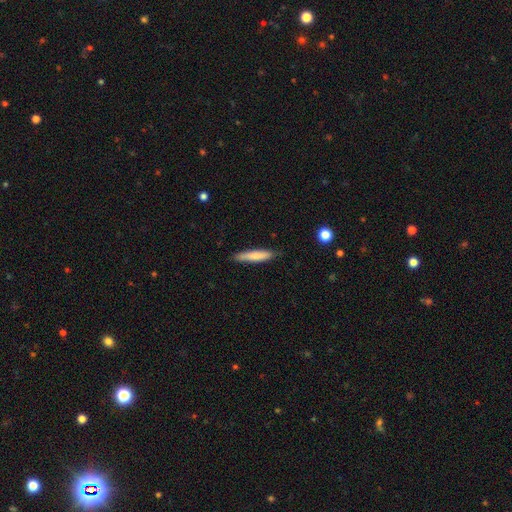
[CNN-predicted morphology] This appears to be a smooth galaxy with no disk features (77%) that is cigar-shaped (89%). Merging: none (82%).